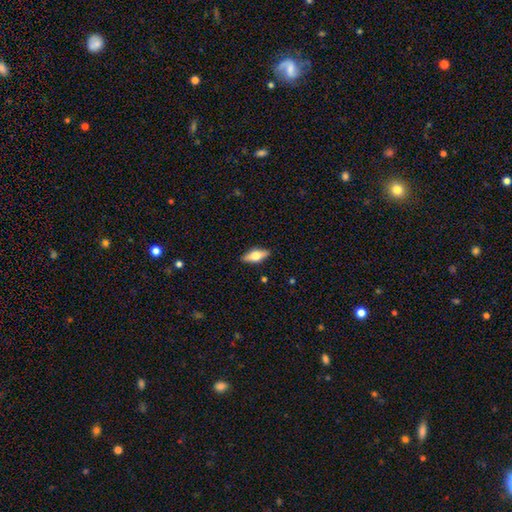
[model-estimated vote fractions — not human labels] Smooth or featured? Predicted: smooth (p=0.53). How rounded? Predicted: in between (p=0.71). Merging? Predicted: none (p=0.87).